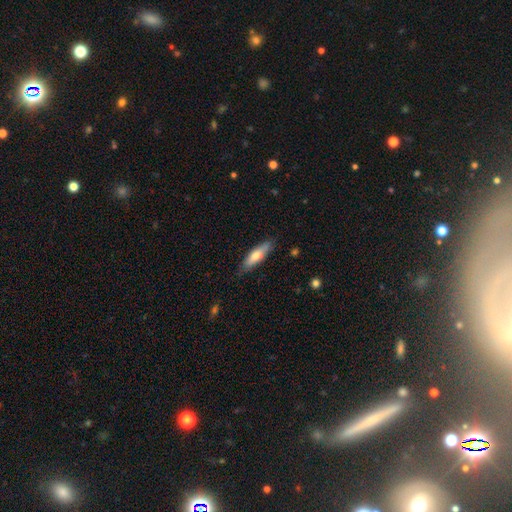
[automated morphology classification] smooth 68%, featured or disk 27%, star or artifact 6%. Down the decision tree: how rounded — cigar-shaped (62%); merging — none (81%).